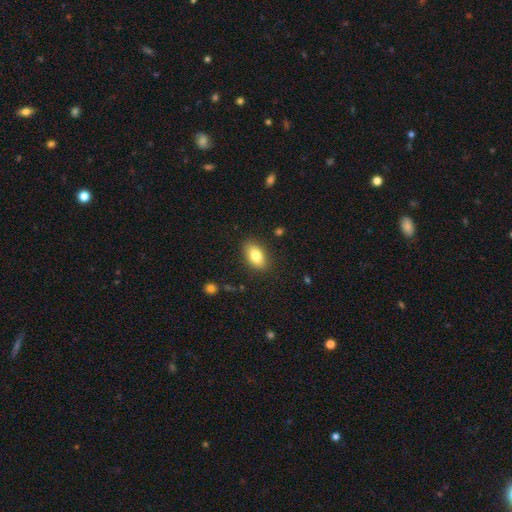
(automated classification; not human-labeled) smooth_or_featured: smooth (p=0.82) [alt: featured or disk p=0.11]
how_rounded: in between (p=0.89) [alt: round p=0.07]
merging: none (p=0.86) [alt: minor disturbance p=0.10]